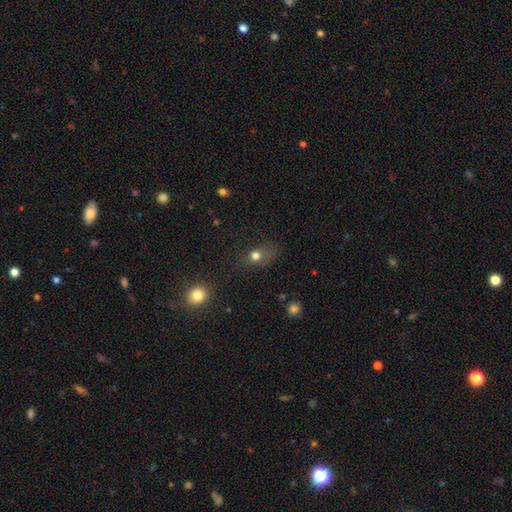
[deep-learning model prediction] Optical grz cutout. It shows a smooth galaxy with no disk features (74%) that is round (51%). Merging: none (51%).